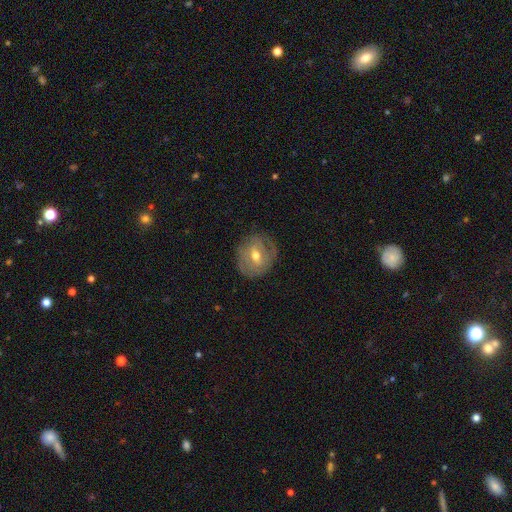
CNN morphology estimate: Smooth or featured? featured or disk (58%)
Edge-on disk? no (94%)
Bar? weak (48%)
Spiral arms? yes (56%)
Bulge size? moderate (73%)
Merging? none (71%)